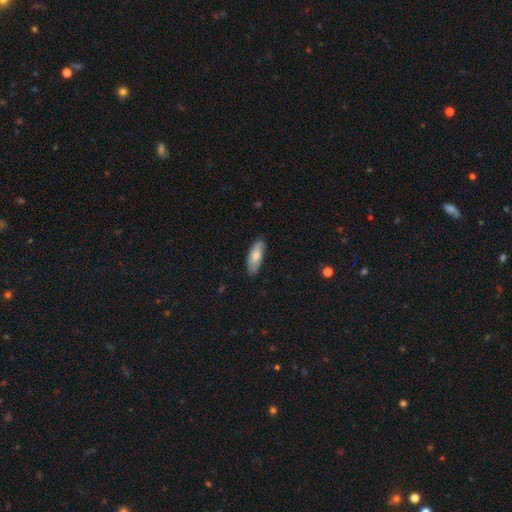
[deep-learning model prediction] A smooth galaxy with no disk features (76%) that is in between round and cigar-shaped (73%).

Vote fractions:
- Smooth or featured? smooth: 76% / featured or disk: 19% / star or artifact: 6%
- How rounded? in between: 73% / cigar-shaped: 25% / round: 2%
- Merging? none: 79% / minor disturbance: 17% / major disturbance: 3% / merger: 1%